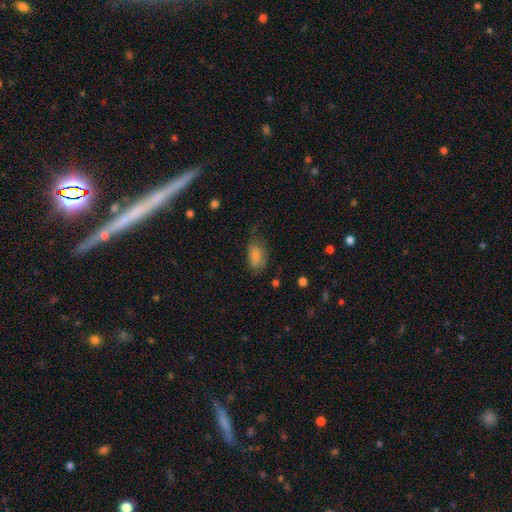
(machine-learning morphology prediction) A smooth galaxy with no disk features (78%) that is in between round and cigar-shaped (91%). Merging: none (42%).